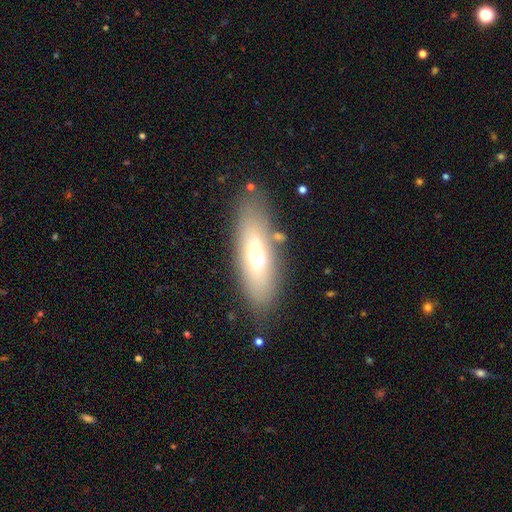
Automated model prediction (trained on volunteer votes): A smooth galaxy with no disk features (60%) that is in between round and cigar-shaped (68%). Merging: none (80%).